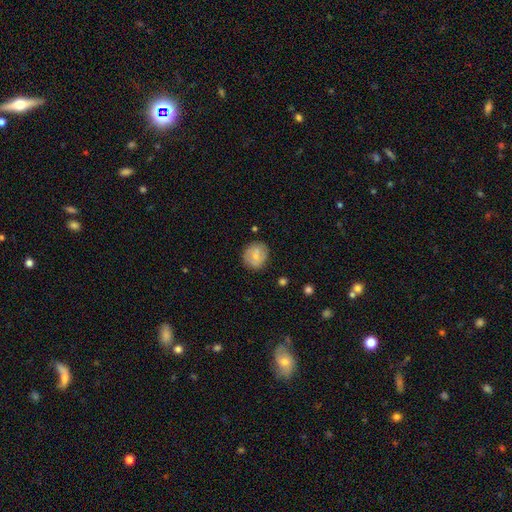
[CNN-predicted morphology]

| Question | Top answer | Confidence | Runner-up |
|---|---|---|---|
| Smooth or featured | smooth | 63% | featured or disk (29%) |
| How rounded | round | 79% | in between (19%) |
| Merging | none | 76% | minor disturbance (16%) |